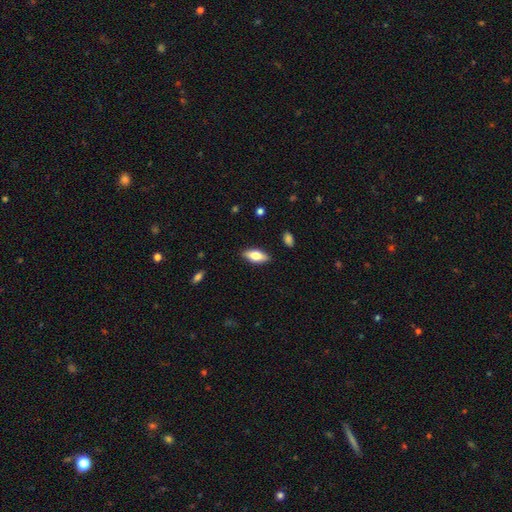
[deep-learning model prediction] Smooth or featured? smooth (70%)
How rounded? in between (80%)
Merging? none (87%)